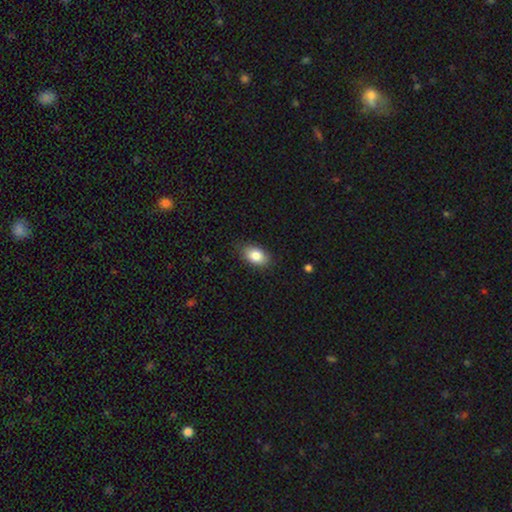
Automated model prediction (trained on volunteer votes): The model was most divided on "merging": none: 83%, minor disturbance: 13%, major disturbance: 3%, merger: 1%. More confident: how rounded — in between (88%); smooth or featured — smooth (84%).